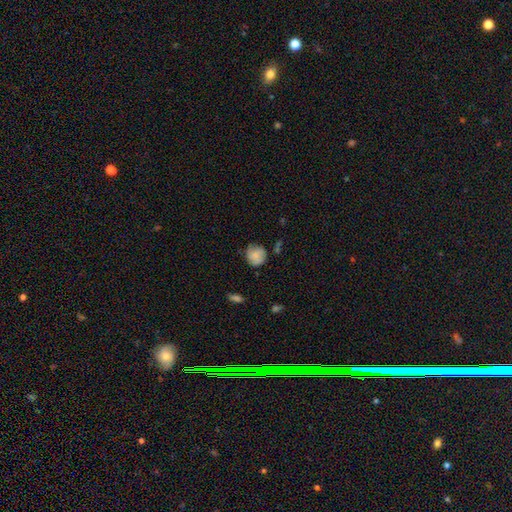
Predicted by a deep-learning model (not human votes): Smooth or featured?
  - smooth: 68% *
  - featured or disk: 24%
  - star or artifact: 8%
How rounded?
  - round: 86% *
  - in between: 13%
  - cigar-shaped: 1%
Merging?
  - none: 68% *
  - minor disturbance: 23%
  - major disturbance: 6%
  - merger: 2%